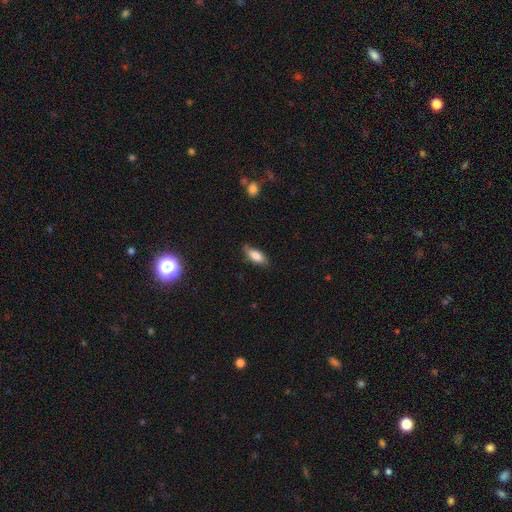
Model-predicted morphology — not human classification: This appears to be a smooth galaxy with no disk features (82%) that is in between round and cigar-shaped (77%). Merging: none (73%).